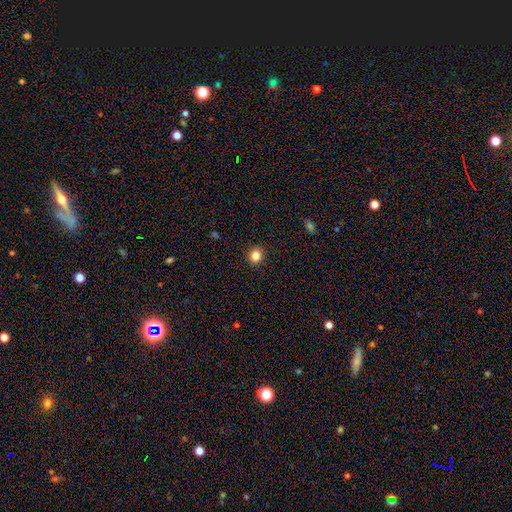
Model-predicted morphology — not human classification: Overall: smooth (84%). How rounded: round (83%). Merging: none (92%).